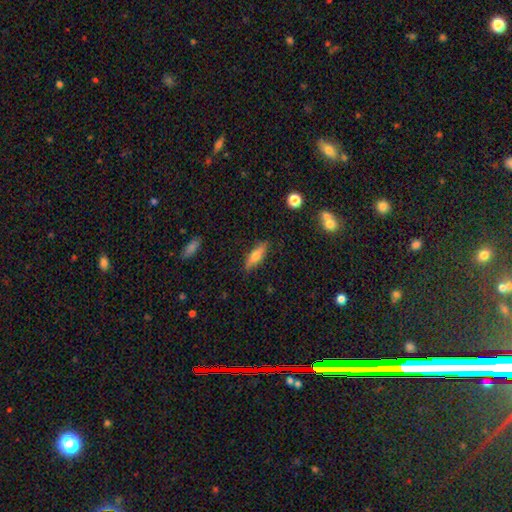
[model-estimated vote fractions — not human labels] Smooth or featured?
  - smooth: 64% *
  - featured or disk: 29%
  - star or artifact: 7%
How rounded?
  - in between: 51% *
  - cigar-shaped: 47%
  - round: 3%
Merging?
  - none: 82% *
  - minor disturbance: 14%
  - major disturbance: 3%
  - merger: 1%